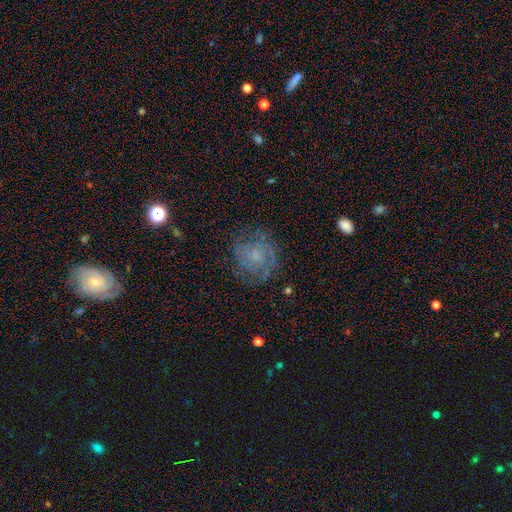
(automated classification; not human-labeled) Smooth or featured? Predicted: featured or disk (p=0.67). Edge-on disk? Predicted: no (p=0.98). Bar? Predicted: no (p=0.70). Spiral arms? Predicted: yes (p=0.86). Spiral winding? Predicted: tight (p=0.57). Spiral arm count? Predicted: can't tell (p=0.35). Bulge size? Predicted: small (p=0.52). Merging? Predicted: none (p=0.72).